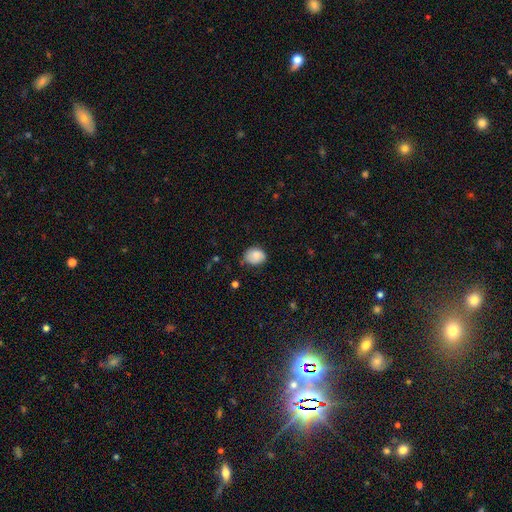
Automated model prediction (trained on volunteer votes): A smooth galaxy with no disk features (80%) that is in between round and cigar-shaped (52%). Merging: none (69%).